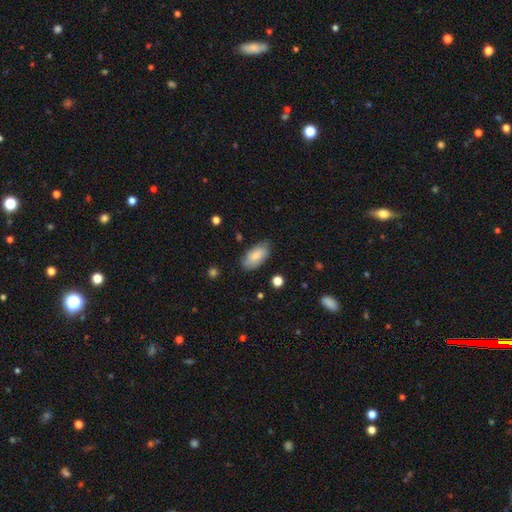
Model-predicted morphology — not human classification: Smooth or featured? smooth (74%)
How rounded? in between (93%)
Merging? none (77%)